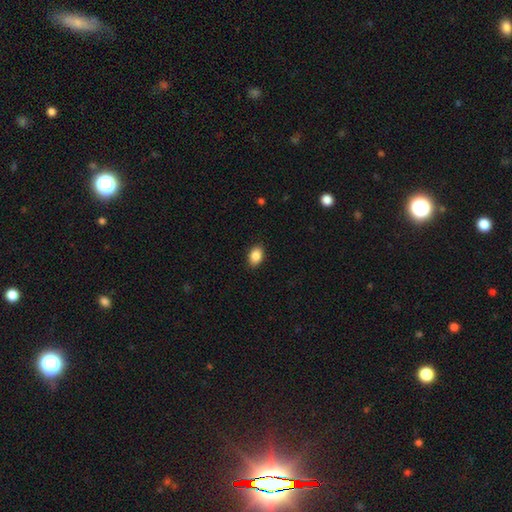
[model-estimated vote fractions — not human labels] smooth 87%, star or artifact 8%, featured or disk 5%. Down the decision tree: how rounded — in between (83%); merging — none (89%).